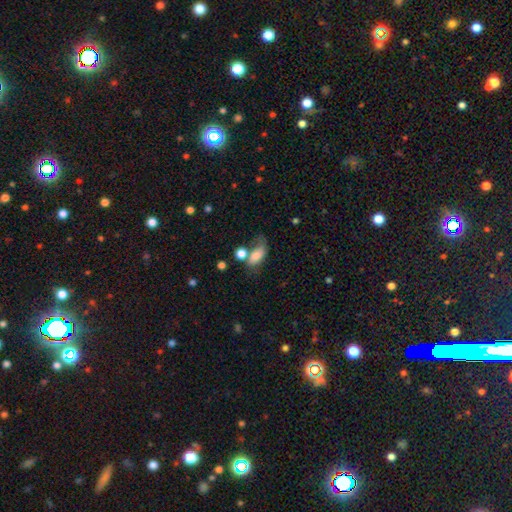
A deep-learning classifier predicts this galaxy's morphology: Smooth or featured? Predicted: smooth (p=0.71). How rounded? Predicted: in between (p=0.86). Merging? Predicted: none (p=0.30).